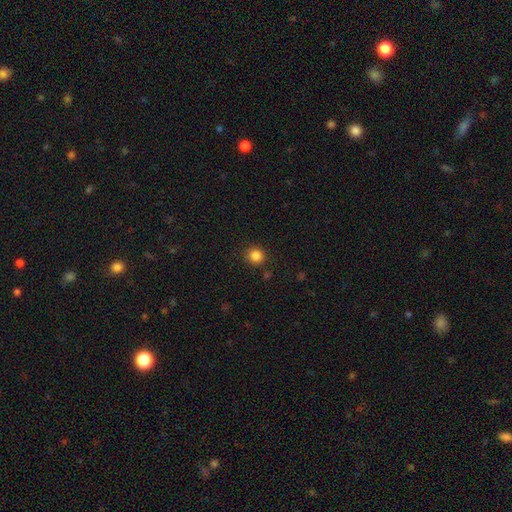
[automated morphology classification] Q: Smooth or featured?
A: smooth (85%); runner-up: star or artifact (11%)
Q: How rounded?
A: round (90%); runner-up: in between (9%)
Q: Merging?
A: none (89%); runner-up: minor disturbance (7%)